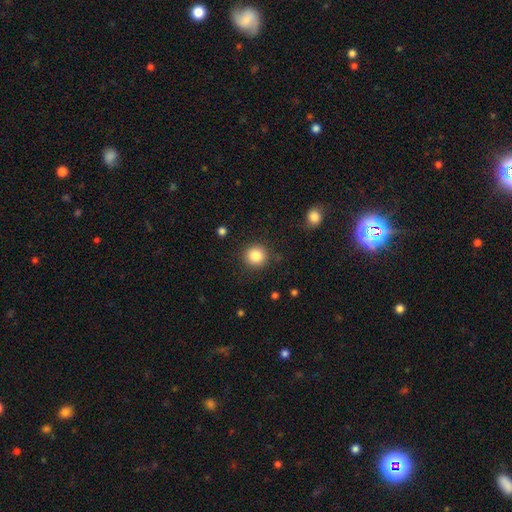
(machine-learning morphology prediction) Smooth or featured? smooth (84%)
How rounded? round (92%)
Merging? none (88%)